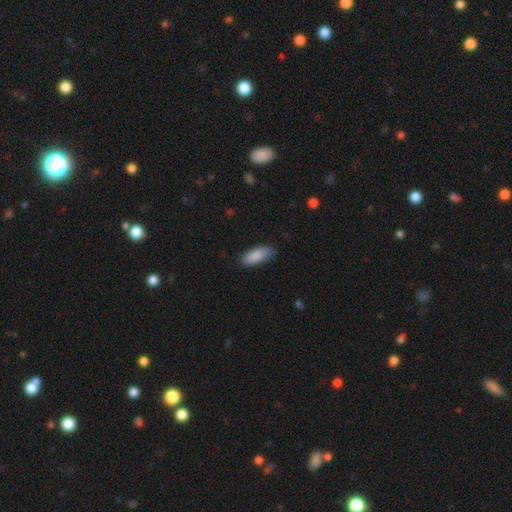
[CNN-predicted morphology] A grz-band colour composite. It shows a smooth galaxy with no disk features (88%) that is in between round and cigar-shaped (77%). Merging: none (82%).